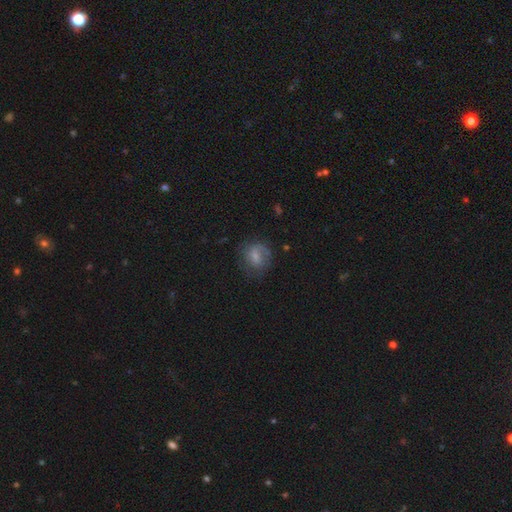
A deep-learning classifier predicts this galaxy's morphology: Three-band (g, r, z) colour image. It shows a featured or disk galaxy (49%). Merging: none (61%).